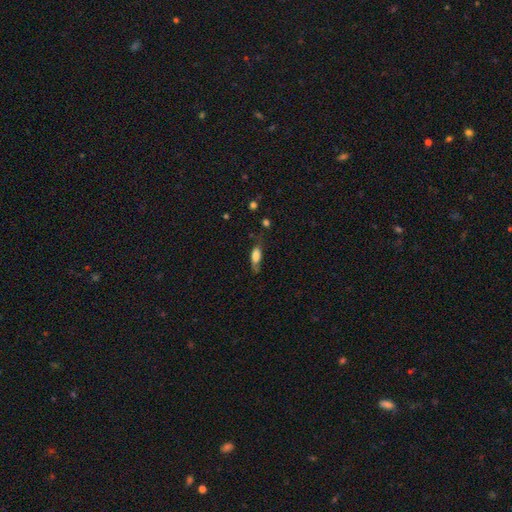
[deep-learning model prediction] Smooth or featured: smooth — 71% (featured or disk — 20%)
How rounded: in between — 70% (cigar-shaped — 26%)
Merging: none — 49% (minor disturbance — 32%)